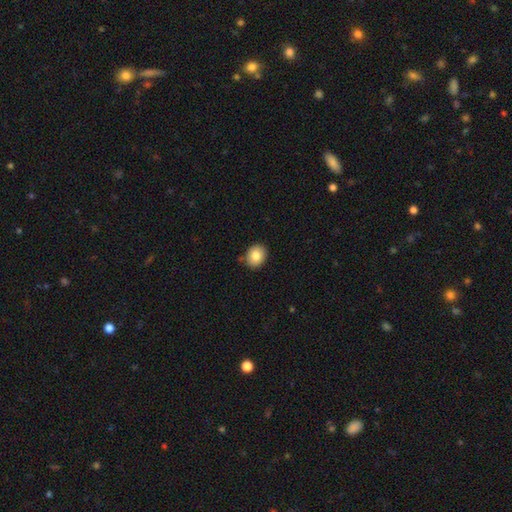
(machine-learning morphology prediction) type=smooth (84%); roundness=round (53%); merging=none (84%).